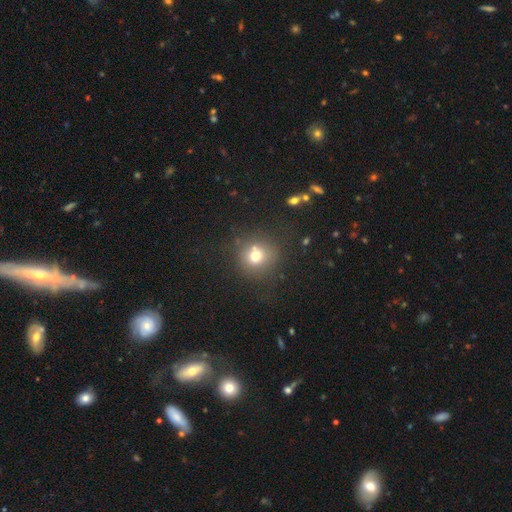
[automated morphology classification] Q: Smooth or featured?
A: smooth (70%); runner-up: star or artifact (17%)
Q: How rounded?
A: round (89%); runner-up: in between (10%)
Q: Merging?
A: none (71%); runner-up: minor disturbance (13%)